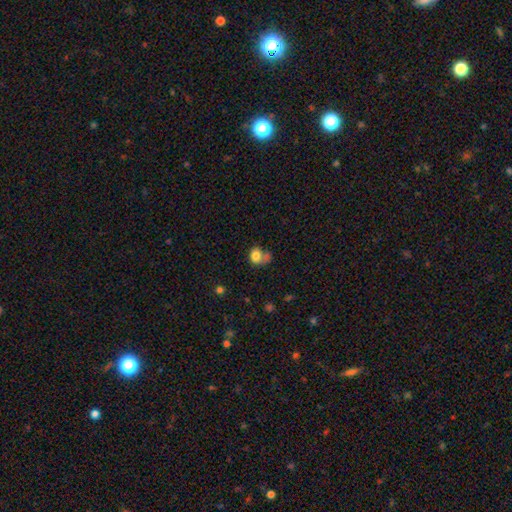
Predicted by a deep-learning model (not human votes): The model was most divided on "merging": none: 33%, merger: 30%, minor disturbance: 20%, major disturbance: 17%. More confident: smooth or featured — smooth (78%); how rounded — round (54%).